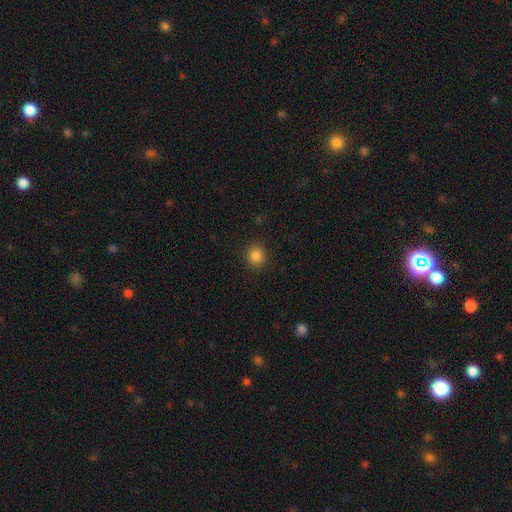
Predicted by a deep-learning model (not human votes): Overall: smooth (85%). How rounded: round (84%). Merging: none (90%).